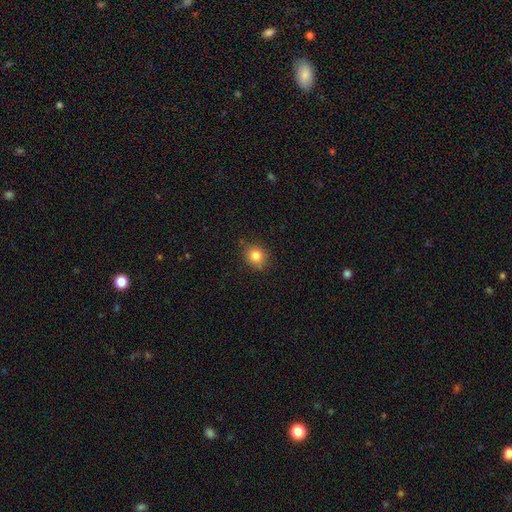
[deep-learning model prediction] Morphology: type=smooth (83%); roundness=round (80%); merging=none (81%).